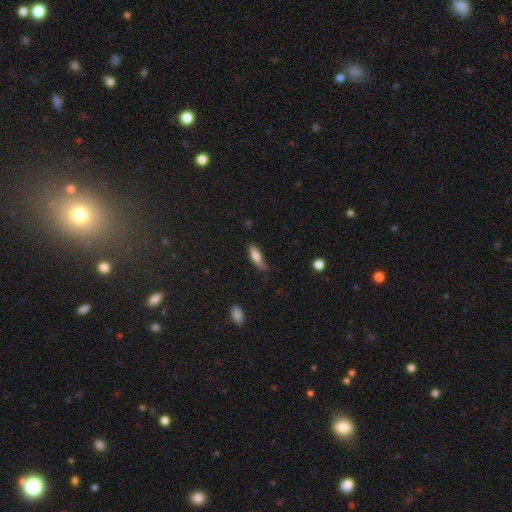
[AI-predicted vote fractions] Overall: smooth (78%). How rounded: in between (57%; cigar-shaped 40%). Merging: none (49%; minor disturbance 36%).